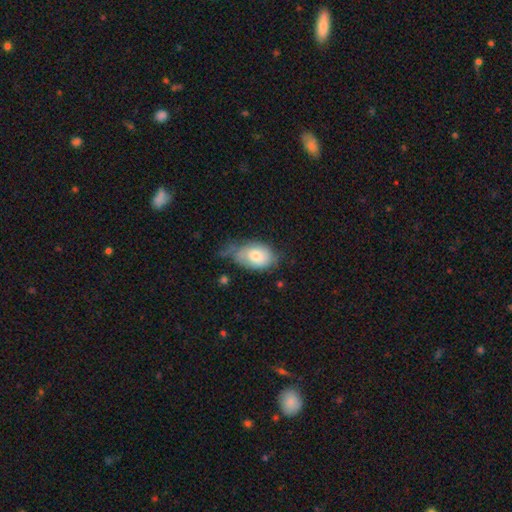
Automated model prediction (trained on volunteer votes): The model was most divided on "merging": minor disturbance: 40%, none: 39%, major disturbance: 17%, merger: 4%. More confident: how rounded — in between (87%); smooth or featured — smooth (75%).